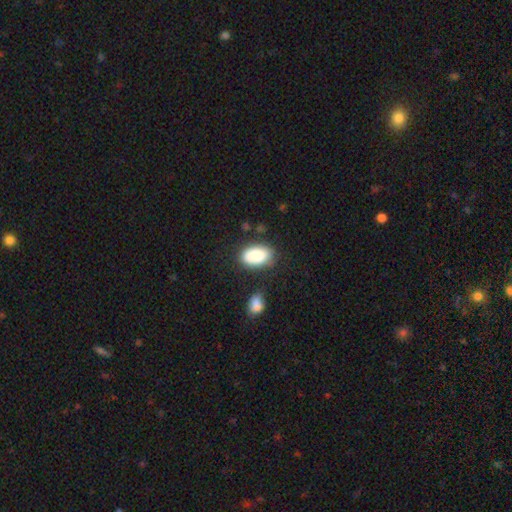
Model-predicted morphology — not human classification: smooth 89%, star or artifact 7%, featured or disk 5%. Down the decision tree: how rounded — in between (93%); merging — none (75%).